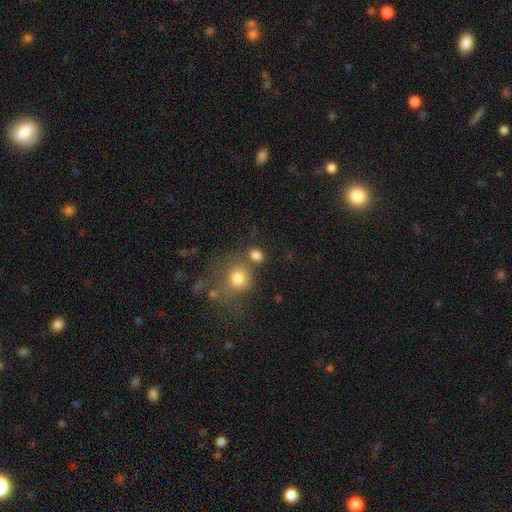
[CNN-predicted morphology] This appears to be a smooth galaxy with no disk features (80%) that is round (55%). Merging: none (61%).